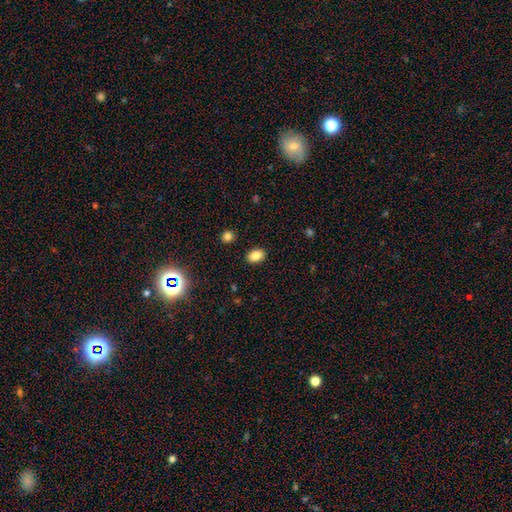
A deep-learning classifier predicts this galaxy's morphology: A smooth galaxy with no disk features (86%) that is in between round and cigar-shaped (83%).

Vote fractions:
- Smooth or featured? smooth: 86% / star or artifact: 10% / featured or disk: 5%
- How rounded? in between: 83% / round: 16% / cigar-shaped: 1%
- Merging? none: 89% / minor disturbance: 8% / major disturbance: 2% / merger: 2%